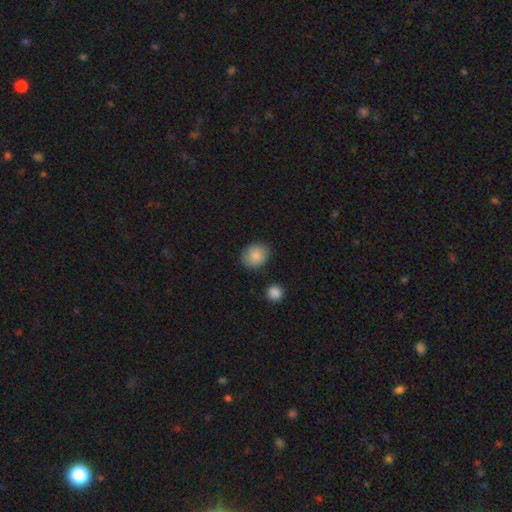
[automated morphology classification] Overall: smooth (86%). How rounded: round (64%; in between 35%). Merging: none (80%).